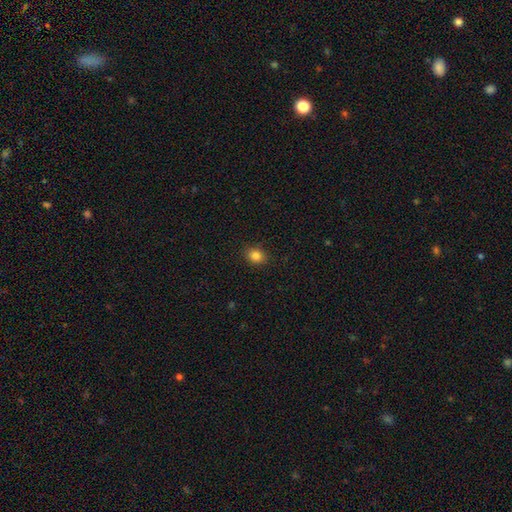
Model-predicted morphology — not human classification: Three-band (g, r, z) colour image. It shows a smooth galaxy with no disk features (84%) that is round (57%). Merging: none (89%).